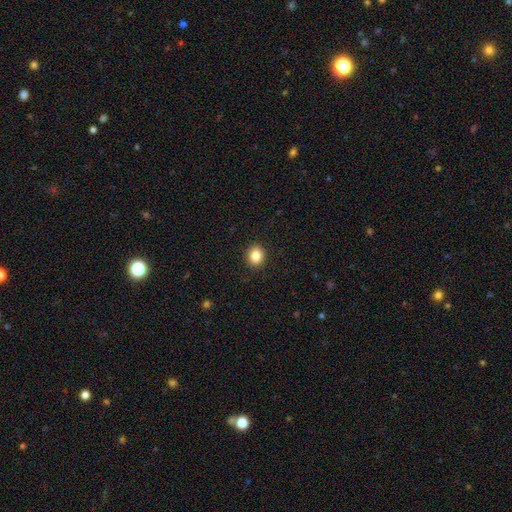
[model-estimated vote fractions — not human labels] This is clearly a smooth galaxy (85%). How rounded: likely round (69%). Merging: clearly none (91%).